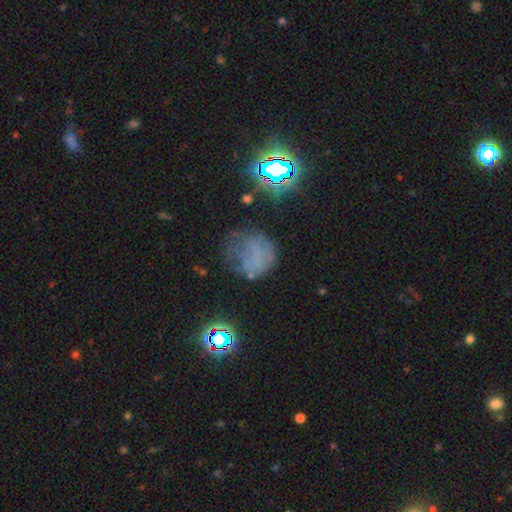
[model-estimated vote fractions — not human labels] This appears to be a smooth galaxy with no disk features (41%). Merging: none (45%).